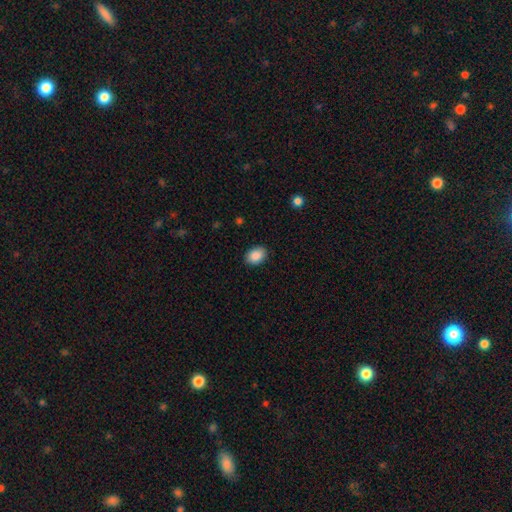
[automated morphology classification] Smooth or featured: smooth — 89% (star or artifact — 8%)
How rounded: in between — 73% (round — 26%)
Merging: none — 89% (minor disturbance — 8%)